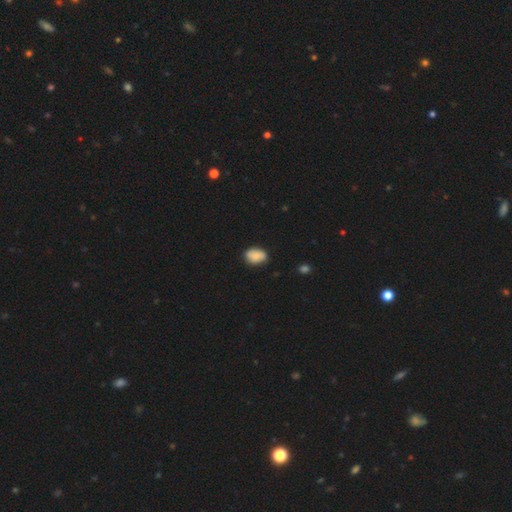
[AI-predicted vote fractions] Overall: smooth (80%). How rounded: in between (78%). Merging: none (73%).